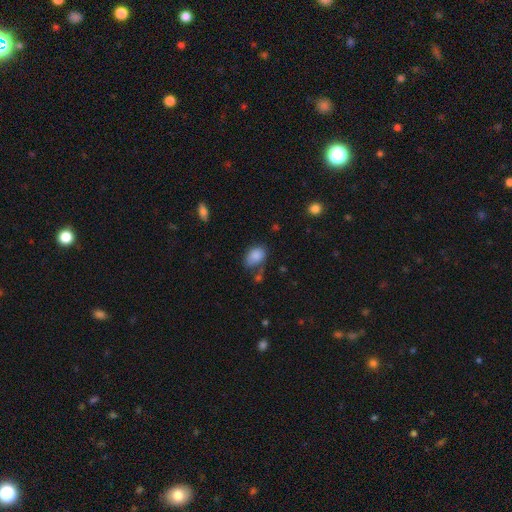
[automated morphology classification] Smooth or featured?
  - smooth: 86% *
  - star or artifact: 8%
  - featured or disk: 6%
How rounded?
  - in between: 83% *
  - round: 16%
  - cigar-shaped: 1%
Merging?
  - none: 61% *
  - minor disturbance: 23%
  - merger: 9%
  - major disturbance: 7%